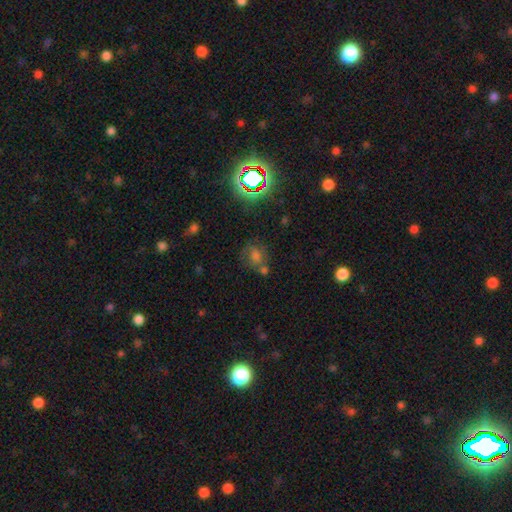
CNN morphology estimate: smooth-or-featured: smooth: 50% | star or artifact: 33% | featured or disk: 16%
  how-rounded: round: 53% | in between: 45% | cigar-shaped: 2%
  merging: none: 54% | merger: 19% | minor disturbance: 17% | major disturbance: 9%